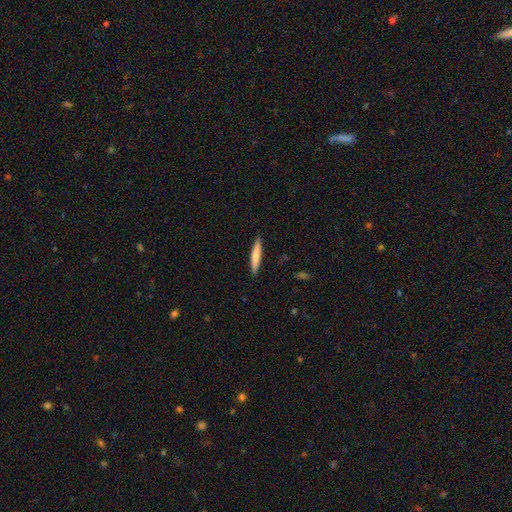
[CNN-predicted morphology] This appears to be a smooth galaxy with no disk features (68%) that is cigar-shaped (93%). Merging: none (91%).